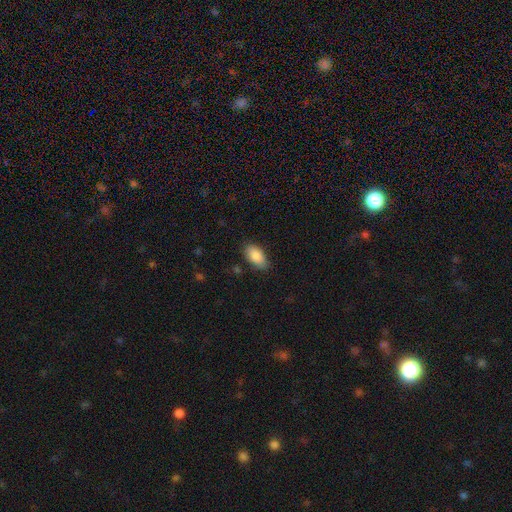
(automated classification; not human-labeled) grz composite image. It shows a smooth galaxy with no disk features (88%) that is in between round and cigar-shaped (93%). Merging: none (81%).